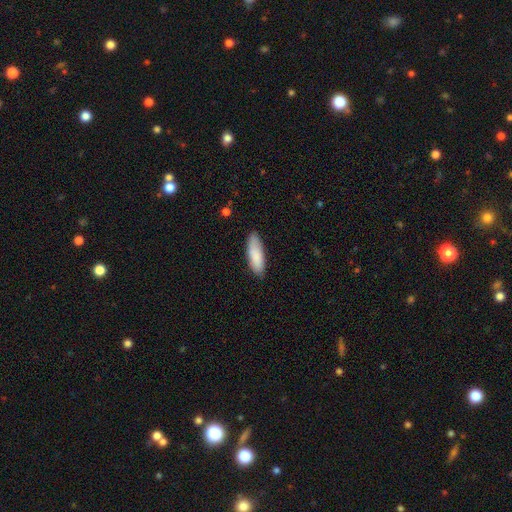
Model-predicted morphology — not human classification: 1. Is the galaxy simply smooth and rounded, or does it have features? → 87% smooth, 8% featured or disk, 5% star or artifact.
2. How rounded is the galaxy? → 64% in between, 35% cigar-shaped, 1% round.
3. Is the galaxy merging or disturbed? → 81% none, 15% minor disturbance, 2% major disturbance, 1% merger.